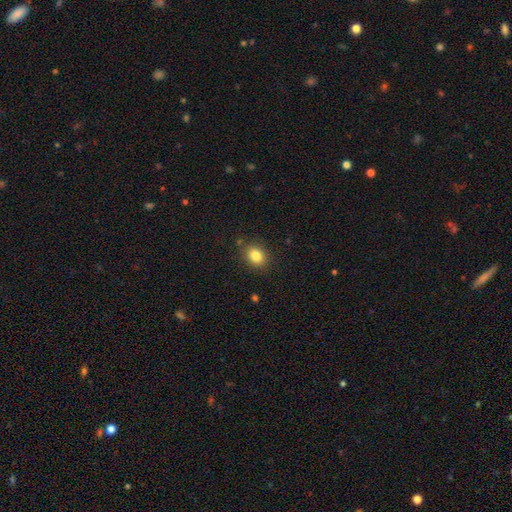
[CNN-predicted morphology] The model was most divided on "how rounded": in between: 53%, round: 46%, cigar-shaped: 1%. More confident: merging — none (85%); smooth or featured — smooth (84%).